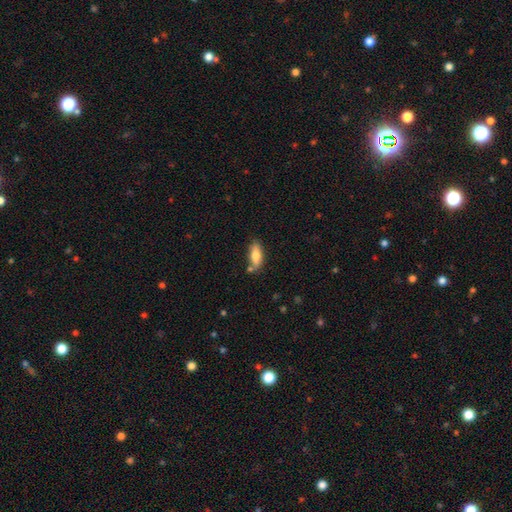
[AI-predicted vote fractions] This appears to be a smooth galaxy with no disk features (76%) that is in between round and cigar-shaped (72%). Merging: none (73%).